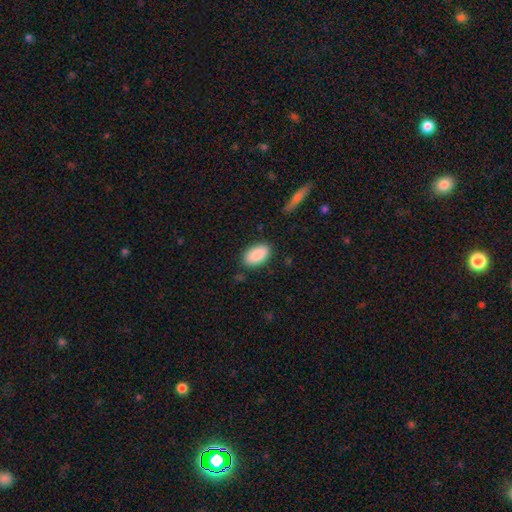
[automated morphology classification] A smooth galaxy with no disk features (90%) that is in between round and cigar-shaped (94%).

Vote fractions:
- Smooth or featured? smooth: 90% / star or artifact: 6% / featured or disk: 4%
- How rounded? in between: 94% / round: 4% / cigar-shaped: 2%
- Merging? none: 85% / minor disturbance: 11% / major disturbance: 3% / merger: 2%